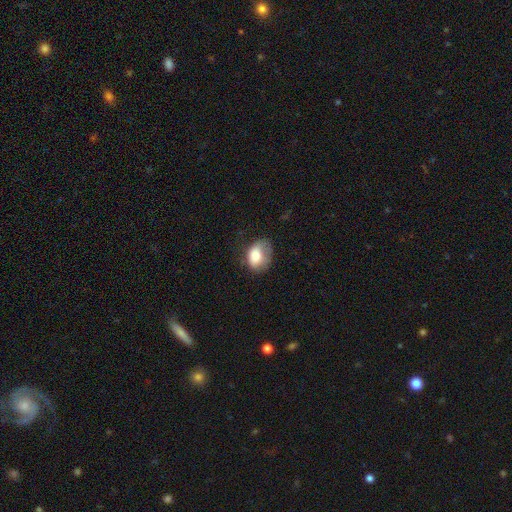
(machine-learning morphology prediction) This appears to be a smooth galaxy with no disk features (76%) that is in between round and cigar-shaped (70%). Merging: none (44%).